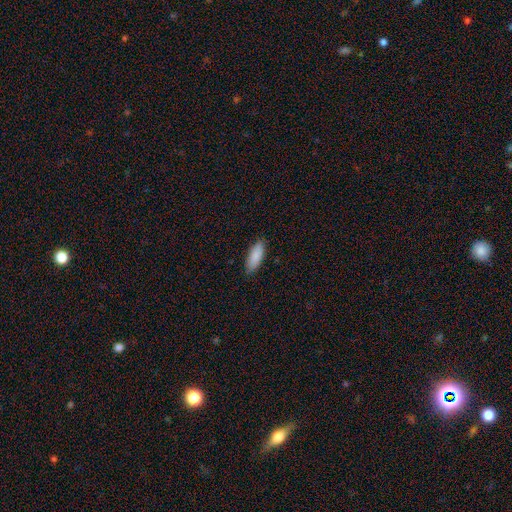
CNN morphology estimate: smooth_or_featured: smooth (p=0.88) [alt: featured or disk p=0.06]
how_rounded: in between (p=0.71) [alt: cigar-shaped p=0.28]
merging: none (p=0.86) [alt: minor disturbance p=0.11]